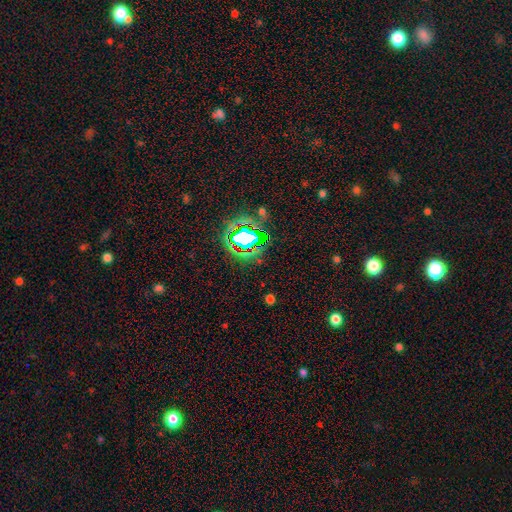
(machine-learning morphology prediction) smooth_or_featured: star or artifact (p=0.78) [alt: smooth p=0.14]